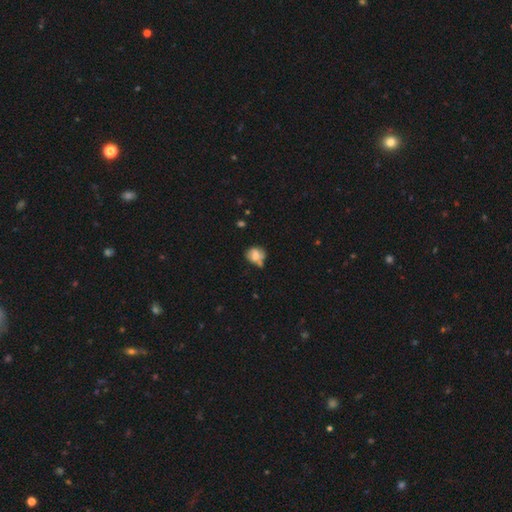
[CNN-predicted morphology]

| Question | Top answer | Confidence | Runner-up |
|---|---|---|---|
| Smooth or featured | smooth | 65% | featured or disk (26%) |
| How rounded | round | 66% | in between (33%) |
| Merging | none | 40% | minor disturbance (29%) |